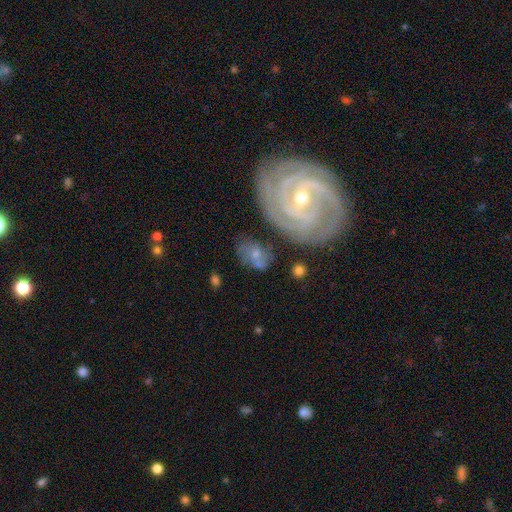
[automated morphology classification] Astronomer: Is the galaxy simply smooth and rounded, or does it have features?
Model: featured or disk — 46% (runner-up: smooth, 44%).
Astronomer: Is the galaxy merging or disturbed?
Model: none — 50%.